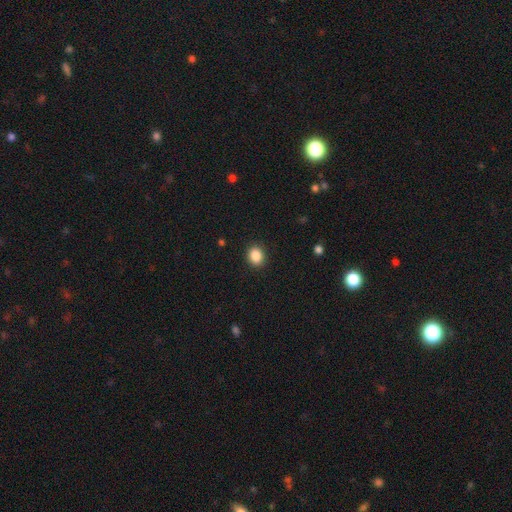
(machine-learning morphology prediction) This appears to be a smooth galaxy with no disk features (88%) that is round (60%). Merging: none (91%).